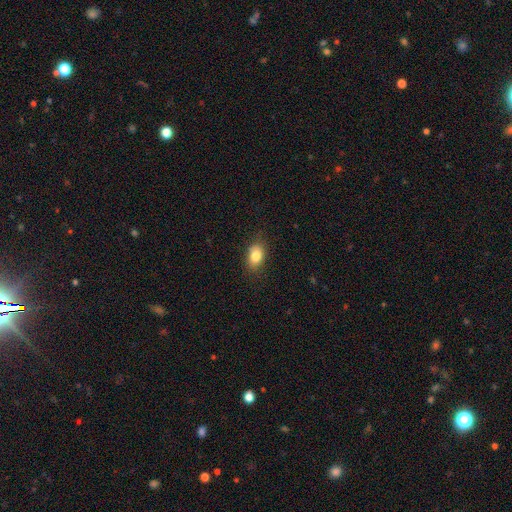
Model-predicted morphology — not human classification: Smooth or featured? Predicted: smooth (p=0.83). How rounded? Predicted: in between (p=0.83). Merging? Predicted: none (p=0.81).